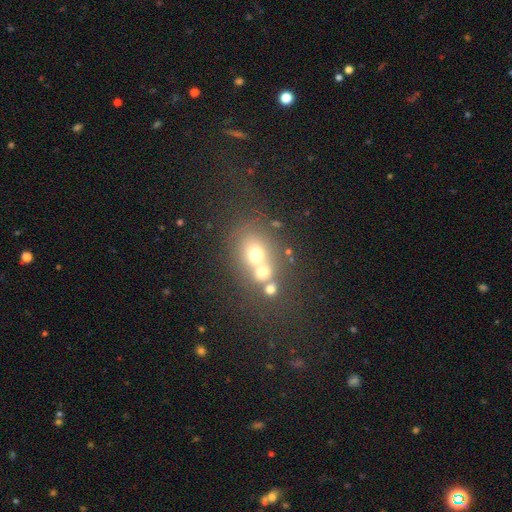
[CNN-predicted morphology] This appears to be a smooth galaxy with no disk features (59%) that is round (58%). Merging: merger (56%).